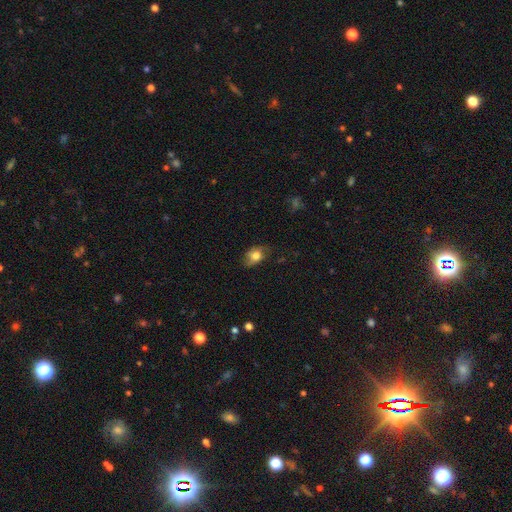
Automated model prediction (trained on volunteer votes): Overall: smooth (66%). How rounded: in between (76%). Merging: none (62%; minor disturbance 27%).